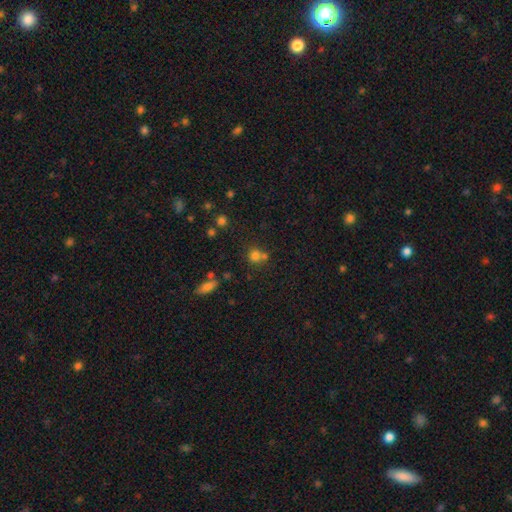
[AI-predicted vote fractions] This appears to be a smooth galaxy with no disk features (73%) that is round (84%). Merging: none (50%).